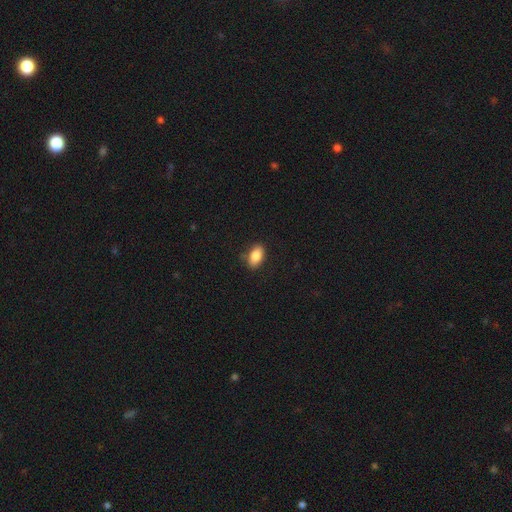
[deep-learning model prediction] A smooth galaxy with no disk features (86%) that is in between round and cigar-shaped (91%). Merging: none (84%).